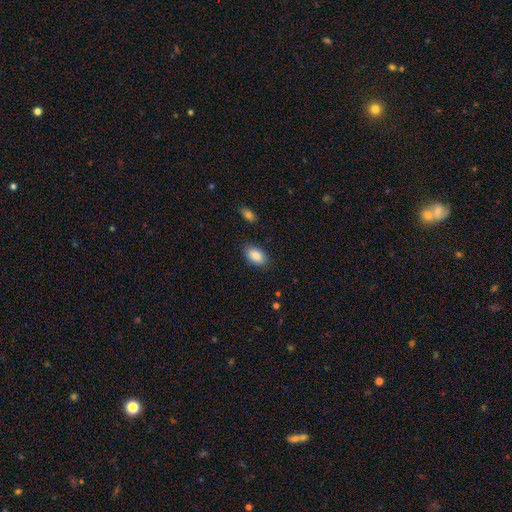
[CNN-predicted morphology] Smooth or featured?
  - smooth: 89% *
  - star or artifact: 7%
  - featured or disk: 4%
How rounded?
  - in between: 92% *
  - round: 6%
  - cigar-shaped: 2%
Merging?
  - none: 83% *
  - minor disturbance: 12%
  - major disturbance: 3%
  - merger: 2%